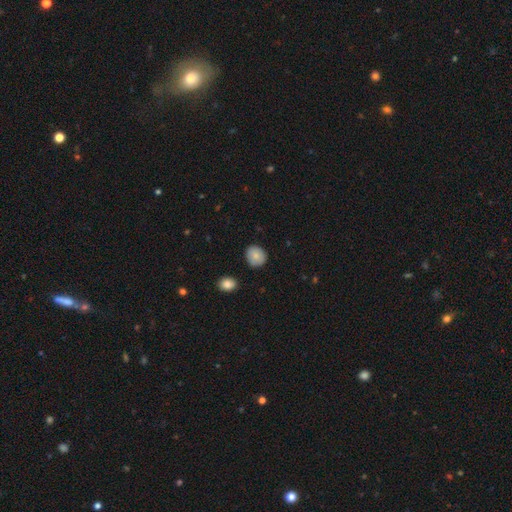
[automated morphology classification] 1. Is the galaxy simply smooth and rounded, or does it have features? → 83% smooth, 9% featured or disk, 8% star or artifact.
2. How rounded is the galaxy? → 74% round, 25% in between, 1% cigar-shaped.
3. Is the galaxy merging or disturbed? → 84% none, 12% minor disturbance, 2% major disturbance, 2% merger.